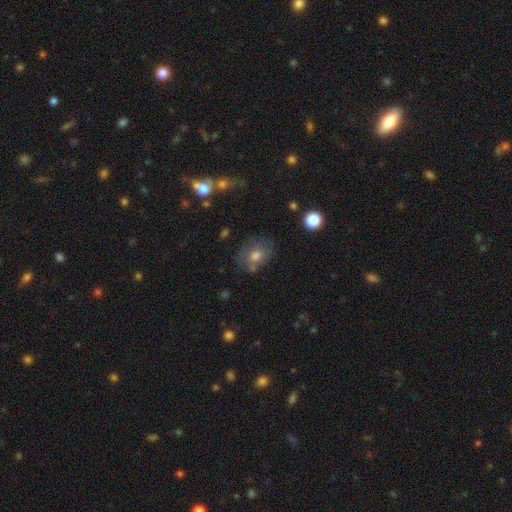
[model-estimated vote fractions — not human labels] Q: Smooth or featured?
A: smooth (66%); runner-up: featured or disk (21%)
Q: How rounded?
A: in between (58%); runner-up: round (40%)
Q: Merging?
A: none (69%); runner-up: minor disturbance (18%)